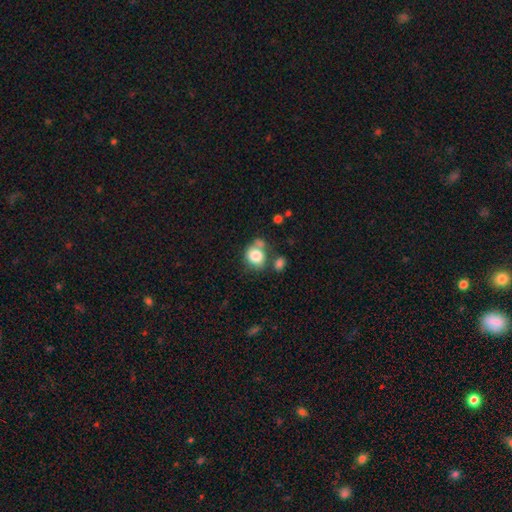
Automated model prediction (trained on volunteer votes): smooth_or_featured: smooth (p=0.80) [alt: featured or disk p=0.11]
how_rounded: round (p=0.65) [alt: in between p=0.34]
merging: none (p=0.45) [alt: merger p=0.26]